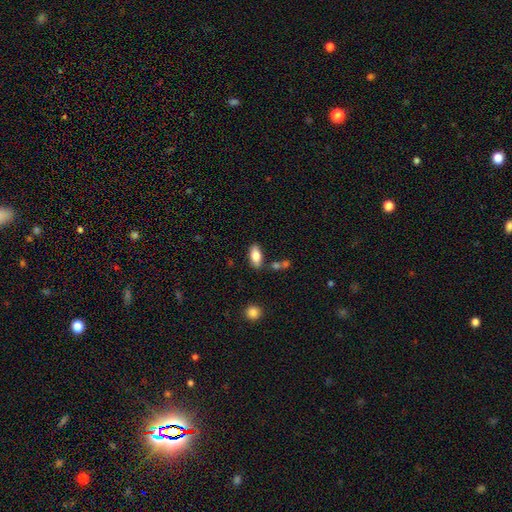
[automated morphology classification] A smooth galaxy with no disk features (79%) that is in between round and cigar-shaped (87%). Merging: none (80%).